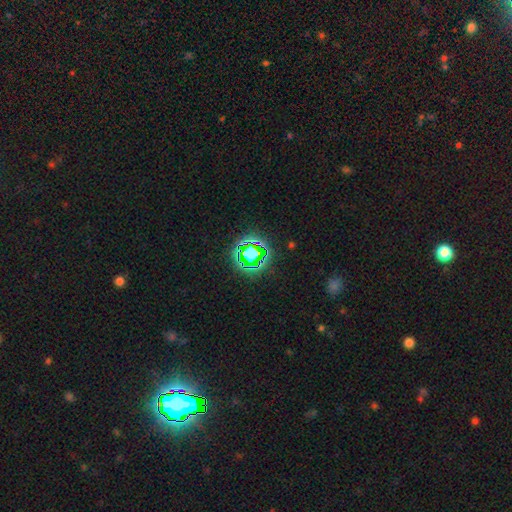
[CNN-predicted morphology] smooth_or_featured: star or artifact (p=0.64) [alt: smooth p=0.22]